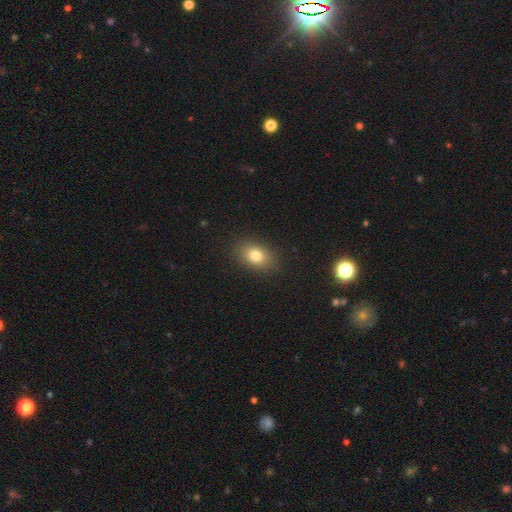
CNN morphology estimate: Smooth or featured?
  - smooth: 80% *
  - star or artifact: 11%
  - featured or disk: 10%
How rounded?
  - in between: 75% *
  - round: 23%
  - cigar-shaped: 2%
Merging?
  - none: 88% *
  - minor disturbance: 9%
  - major disturbance: 3%
  - merger: 1%